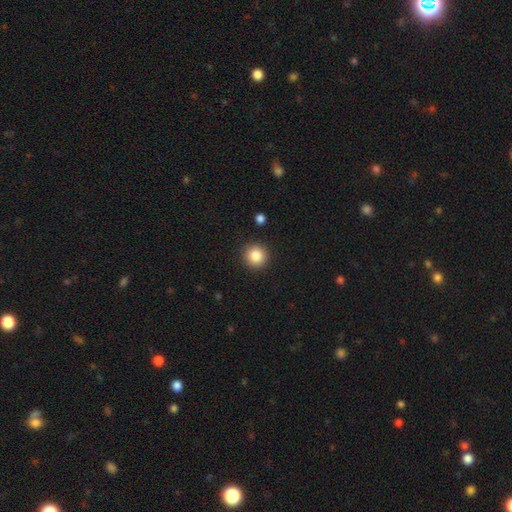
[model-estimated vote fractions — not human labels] The model was most divided on "smooth or featured": smooth: 85%, star or artifact: 10%, featured or disk: 5%. More confident: how rounded — round (95%); merging — none (91%).